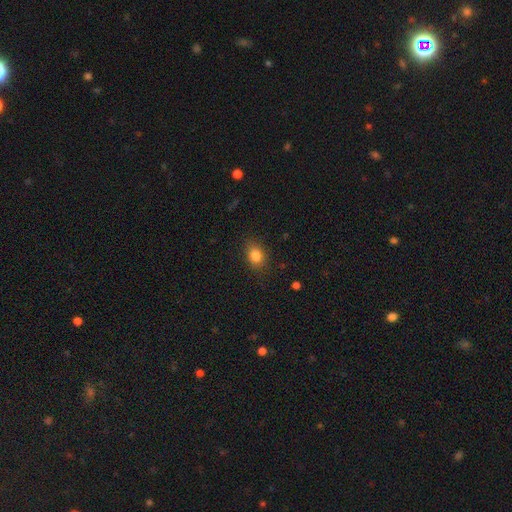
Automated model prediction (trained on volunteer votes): Overall: smooth (83%). How rounded: in between (60%; round 39%). Merging: none (83%).